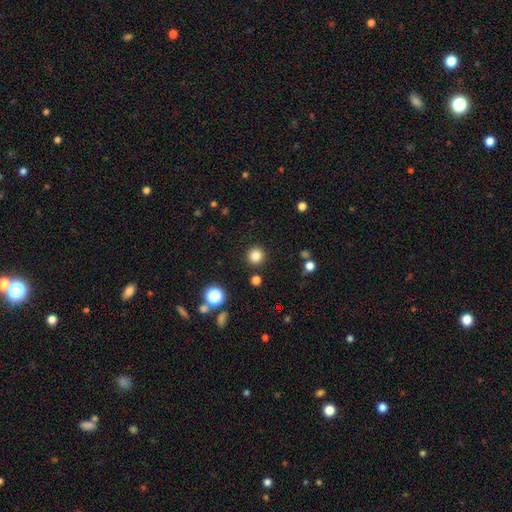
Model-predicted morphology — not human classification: Smooth or featured?
  - smooth: 83% *
  - star or artifact: 13%
  - featured or disk: 4%
How rounded?
  - round: 95% *
  - in between: 4%
  - cigar-shaped: 1%
Merging?
  - none: 91% *
  - minor disturbance: 5%
  - major disturbance: 2%
  - merger: 2%